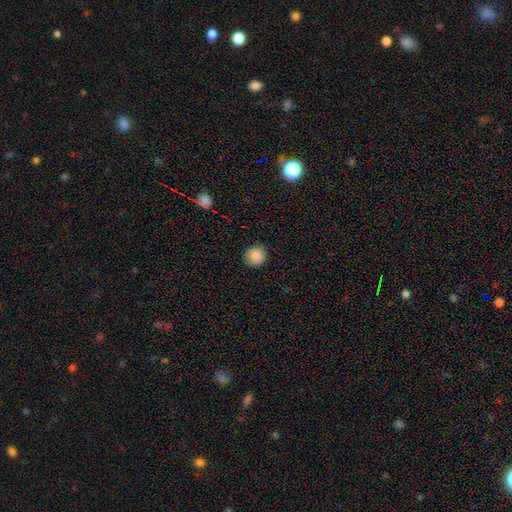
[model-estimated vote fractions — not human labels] The model was most divided on "smooth or featured": smooth: 88%, star or artifact: 9%, featured or disk: 3%. More confident: how rounded — round (92%); merging — none (89%).